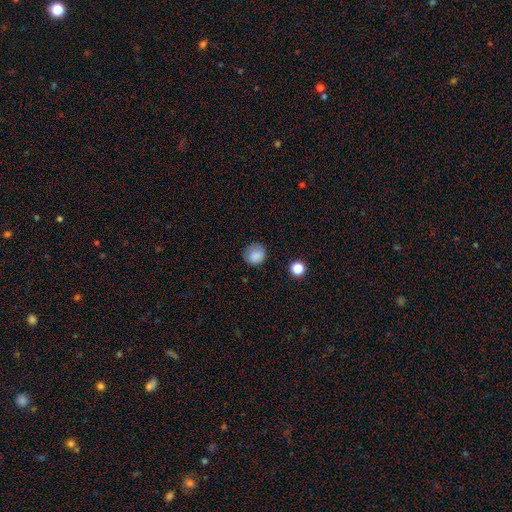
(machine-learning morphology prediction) The model was most divided on "merging": none: 73%, minor disturbance: 19%, major disturbance: 6%, merger: 2%. More confident: smooth or featured — smooth (84%); how rounded — round (81%).